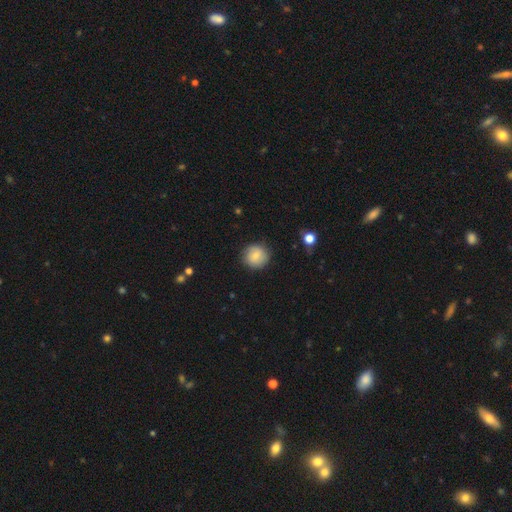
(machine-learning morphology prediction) smooth-or-featured: smooth: 79% | featured or disk: 13% | star or artifact: 8%
  how-rounded: round: 92% | in between: 7% | cigar-shaped: 1%
  merging: none: 86% | minor disturbance: 11% | major disturbance: 3% | merger: 1%